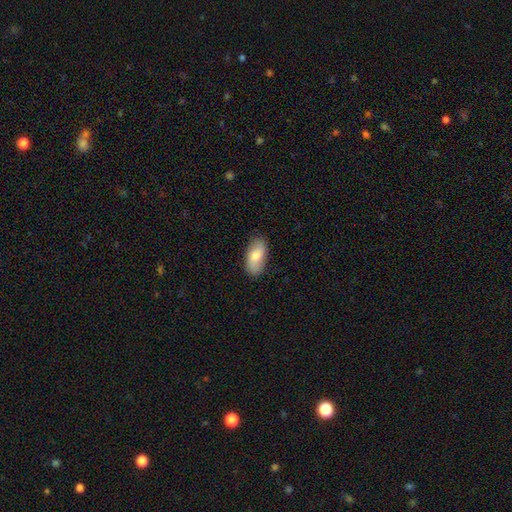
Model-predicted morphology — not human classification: A smooth galaxy with no disk features (74%) that is in between round and cigar-shaped (91%). Merging: none (84%).